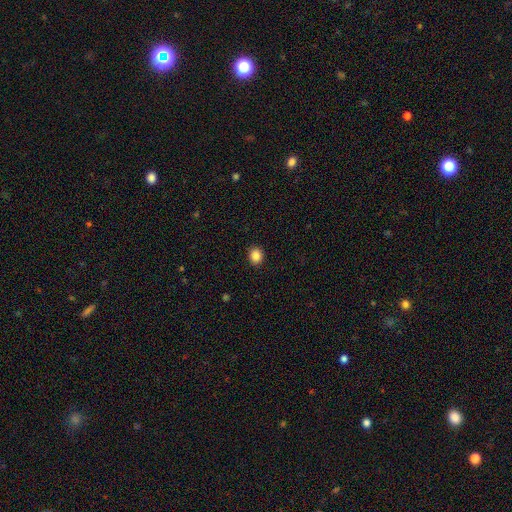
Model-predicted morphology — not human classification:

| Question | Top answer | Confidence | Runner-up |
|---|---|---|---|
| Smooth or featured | smooth | 86% | star or artifact (10%) |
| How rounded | round | 69% | in between (30%) |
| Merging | none | 91% | minor disturbance (6%) |